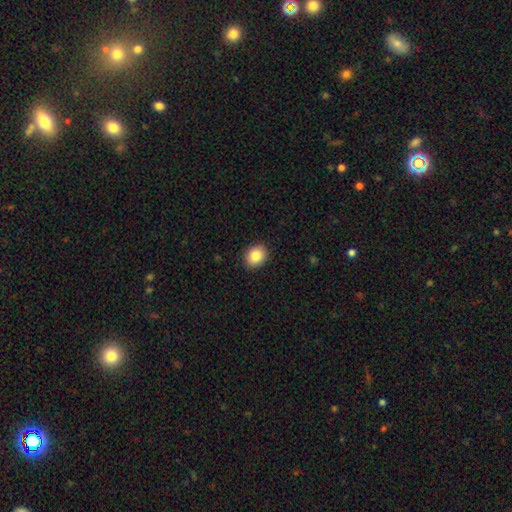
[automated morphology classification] A smooth galaxy with no disk features (85%) that is round (52%). Merging: none (90%).